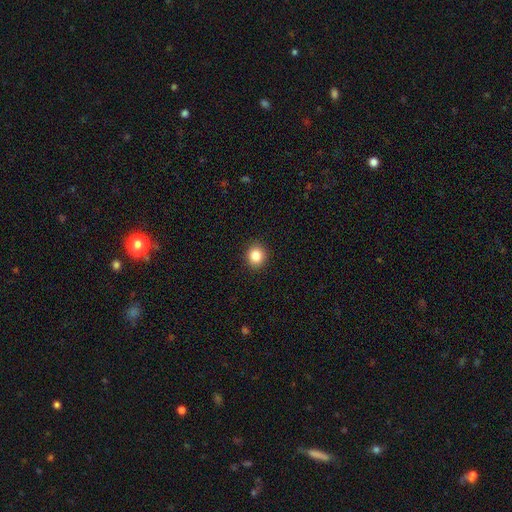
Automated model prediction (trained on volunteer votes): Morphology: type=smooth (84%); roundness=round (87%); merging=none (92%).